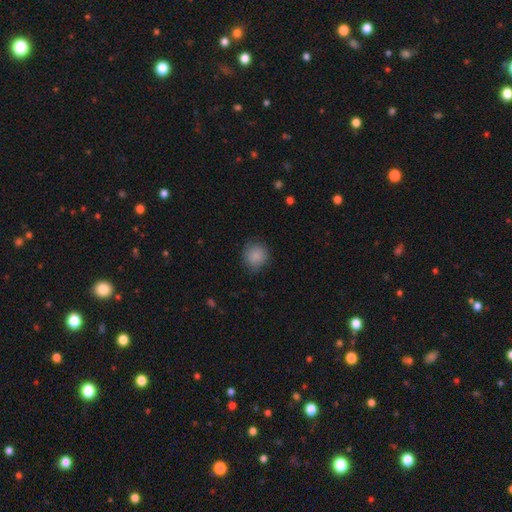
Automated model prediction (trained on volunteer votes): Smooth or featured?
  - smooth: 87% *
  - star or artifact: 9%
  - featured or disk: 4%
How rounded?
  - round: 90% *
  - in between: 10%
  - cigar-shaped: 1%
Merging?
  - none: 83% *
  - minor disturbance: 13%
  - major disturbance: 3%
  - merger: 1%